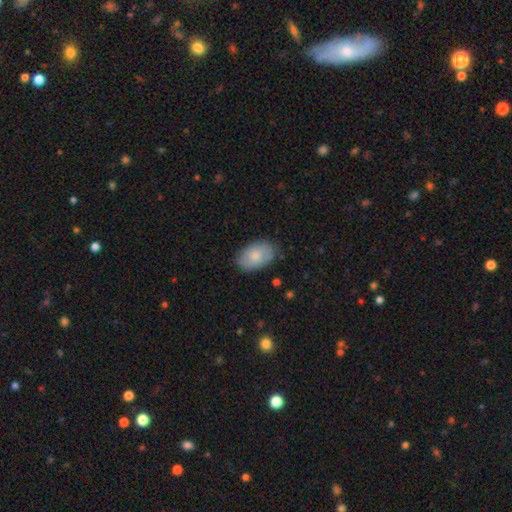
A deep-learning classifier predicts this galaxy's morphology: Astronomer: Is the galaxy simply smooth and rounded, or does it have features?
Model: smooth — 76%.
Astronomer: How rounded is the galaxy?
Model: in between — 91%.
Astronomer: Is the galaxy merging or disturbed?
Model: none — 81%.